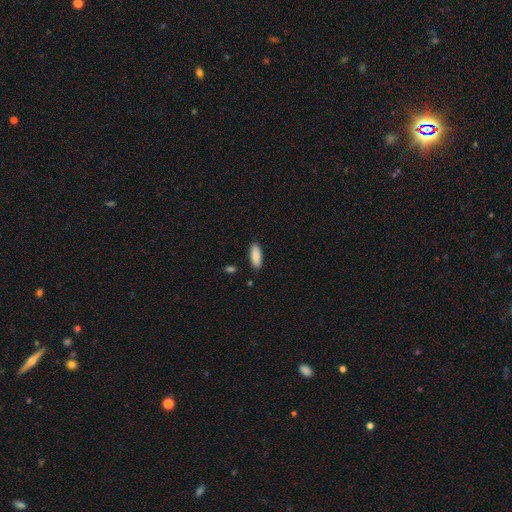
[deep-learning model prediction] Smooth or featured? Predicted: smooth (p=0.89). How rounded? Predicted: in between (p=0.72). Merging? Predicted: none (p=0.87).